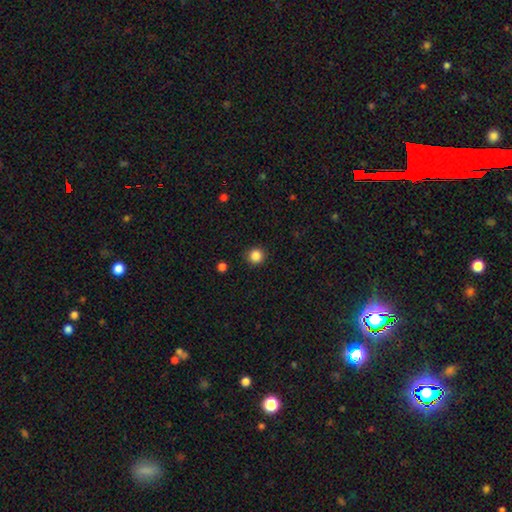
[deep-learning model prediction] A smooth galaxy with no disk features (86%) that is round (94%).

Vote fractions:
- Smooth or featured? smooth: 86% / star or artifact: 11% / featured or disk: 3%
- How rounded? round: 94% / in between: 5% / cigar-shaped: 1%
- Merging? none: 92% / minor disturbance: 5% / major disturbance: 2% / merger: 1%